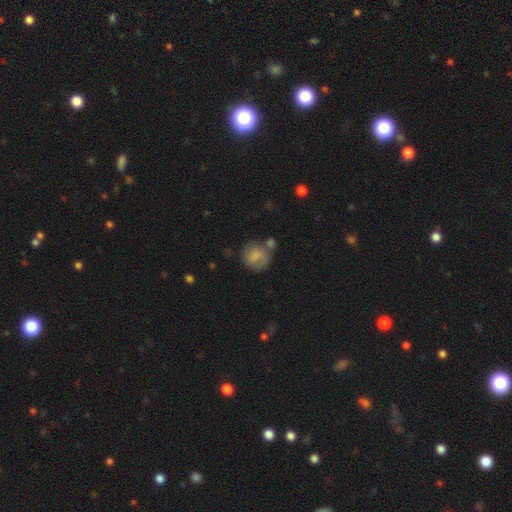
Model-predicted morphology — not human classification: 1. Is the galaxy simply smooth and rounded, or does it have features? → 68% smooth, 23% featured or disk, 8% star or artifact.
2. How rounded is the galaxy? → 82% round, 17% in between, 1% cigar-shaped.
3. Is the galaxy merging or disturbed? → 53% none, 21% minor disturbance, 15% merger, 10% major disturbance.